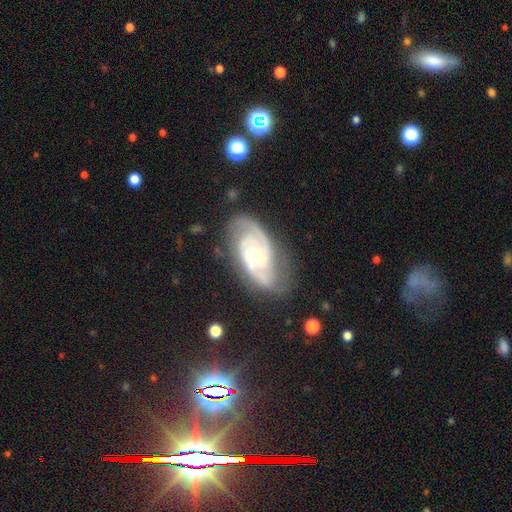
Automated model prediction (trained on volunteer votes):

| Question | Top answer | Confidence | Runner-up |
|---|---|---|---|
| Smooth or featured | featured or disk | 90% | smooth (5%) |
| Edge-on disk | no | 96% | yes (4%) |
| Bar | no | 51% | weak (38%) |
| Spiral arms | yes | 98% | no (2%) |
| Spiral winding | tight | 54% | medium (40%) |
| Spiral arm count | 2 | 68% | 3 (16%) |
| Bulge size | moderate | 54% | small (42%) |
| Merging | none | 76% | minor disturbance (17%) |